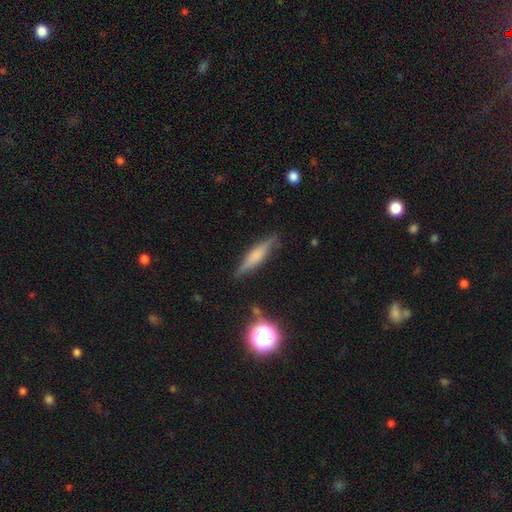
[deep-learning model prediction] smooth-or-featured: smooth: 46% | featured or disk: 45% | star or artifact: 9%
  merging: none: 84% | minor disturbance: 12% | major disturbance: 3% | merger: 2%